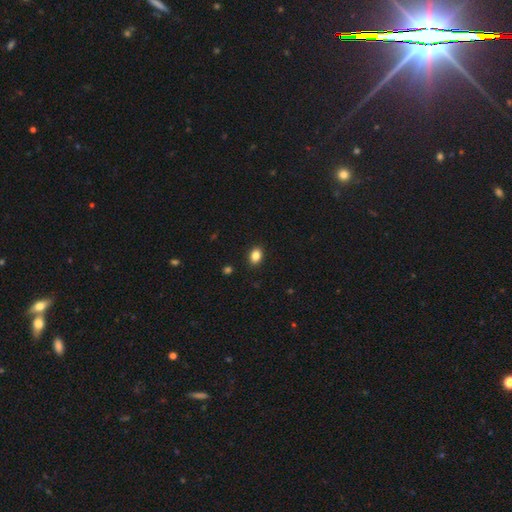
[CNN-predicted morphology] Smooth or featured: smooth — 85% (star or artifact — 10%)
How rounded: in between — 65% (round — 33%)
Merging: none — 90% (minor disturbance — 7%)